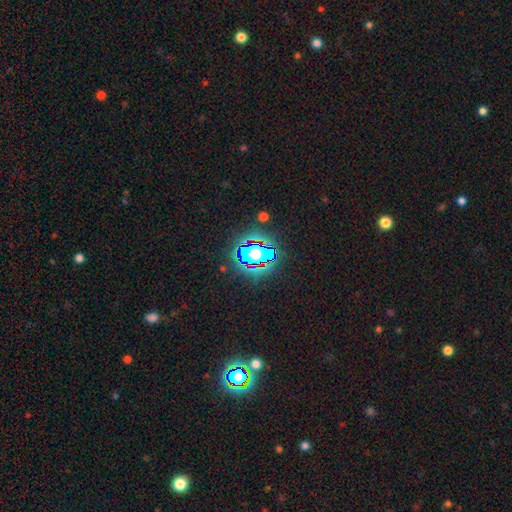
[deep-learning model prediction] smooth-or-featured: star or artifact: 78% | smooth: 13% | featured or disk: 8%